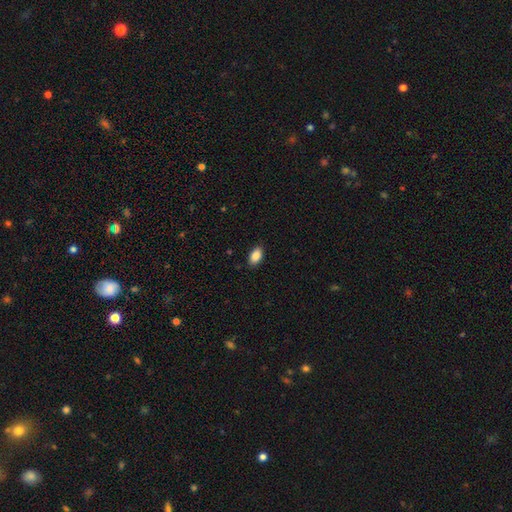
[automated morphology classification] Smooth or featured?
  - smooth: 88% *
  - star or artifact: 7%
  - featured or disk: 5%
How rounded?
  - in between: 92% *
  - round: 6%
  - cigar-shaped: 2%
Merging?
  - none: 88% *
  - minor disturbance: 9%
  - major disturbance: 2%
  - merger: 1%